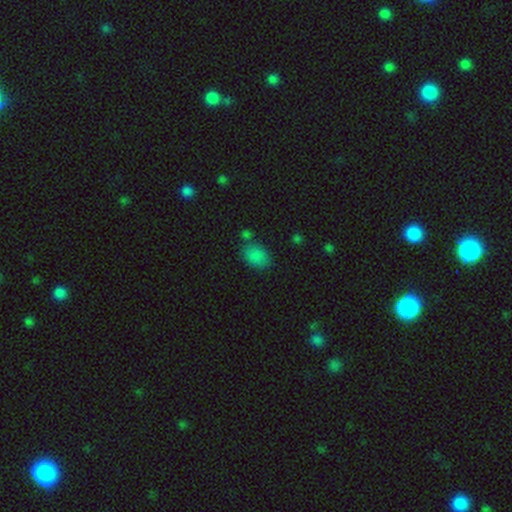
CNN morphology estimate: Q: Smooth or featured?
A: smooth (83%); runner-up: star or artifact (12%)
Q: How rounded?
A: in between (78%); runner-up: round (21%)
Q: Merging?
A: none (67%); runner-up: minor disturbance (17%)